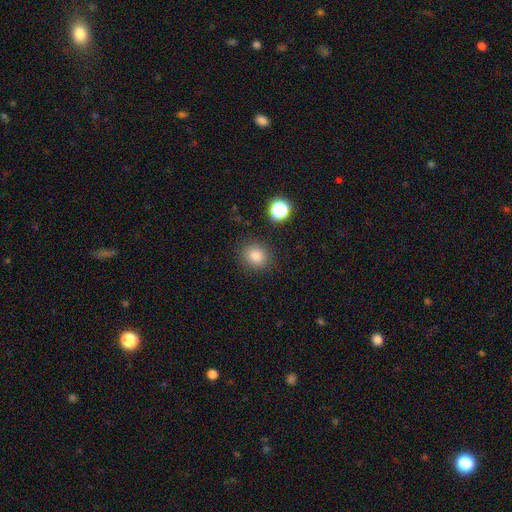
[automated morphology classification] smooth_or_featured: smooth (p=0.83) [alt: star or artifact p=0.12]
how_rounded: round (p=0.76) [alt: in between p=0.23]
merging: none (p=0.87) [alt: minor disturbance p=0.08]